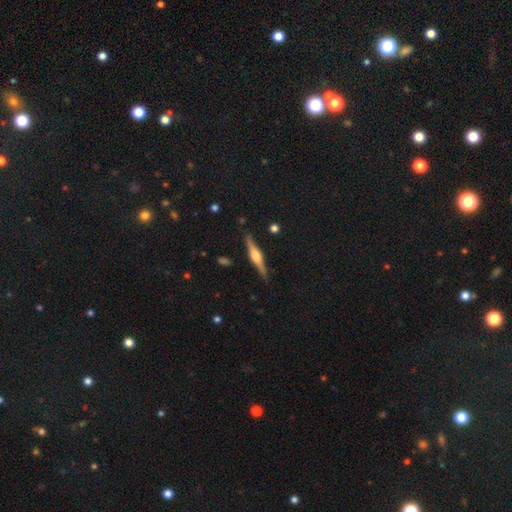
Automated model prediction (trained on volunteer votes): Q: Smooth or featured?
A: featured or disk (76%); runner-up: smooth (18%)
Q: Edge-on disk?
A: yes (98%); runner-up: no (2%)
Q: Edge-on bulge?
A: rounded (89%); runner-up: boxy (9%)
Q: Merging?
A: none (89%); runner-up: minor disturbance (8%)